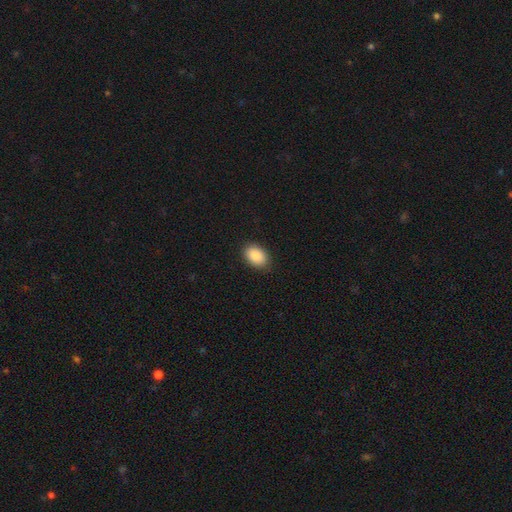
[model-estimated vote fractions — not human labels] A smooth galaxy with no disk features (89%) that is in between round and cigar-shaped (87%). Merging: none (87%).